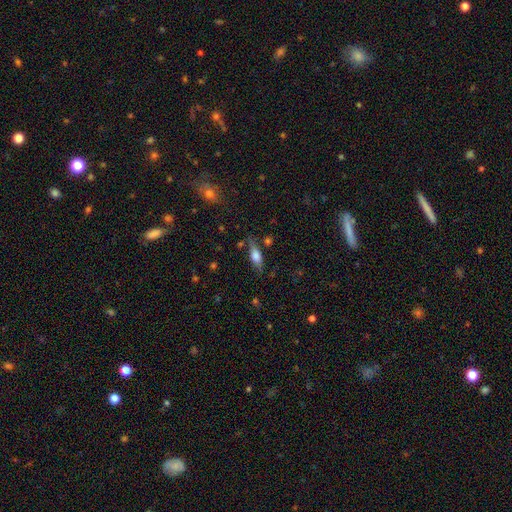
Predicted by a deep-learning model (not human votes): Smooth or featured?
  - smooth: 59% *
  - featured or disk: 33%
  - star or artifact: 8%
How rounded?
  - in between: 60% *
  - cigar-shaped: 36%
  - round: 4%
Merging?
  - none: 70% *
  - minor disturbance: 20%
  - major disturbance: 6%
  - merger: 4%